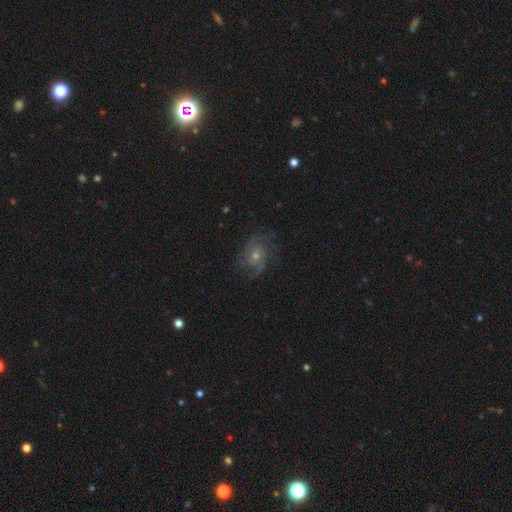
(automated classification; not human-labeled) Morphology: type=featured or disk (71%); edge-on=no (97%); bar=no (73%); spiral arms=yes (92%); winding=medium (46%); arm count=2 (32%); bulge=small (54%); merging=none (71%).